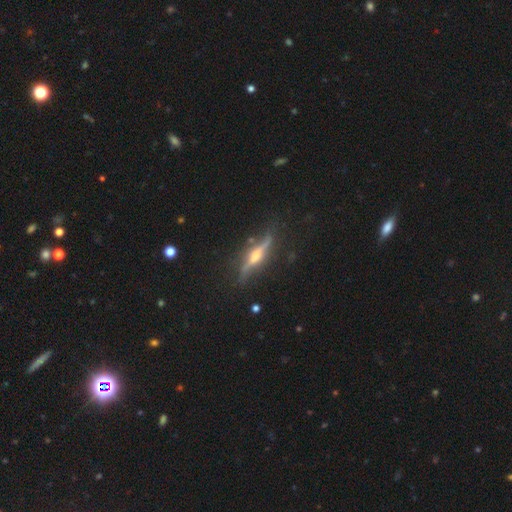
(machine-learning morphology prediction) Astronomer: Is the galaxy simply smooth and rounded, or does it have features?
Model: featured or disk — 84%.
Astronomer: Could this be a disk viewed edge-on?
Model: yes — 94%.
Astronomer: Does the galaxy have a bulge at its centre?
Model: rounded — 93%.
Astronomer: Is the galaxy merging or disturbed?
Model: none — 79%.